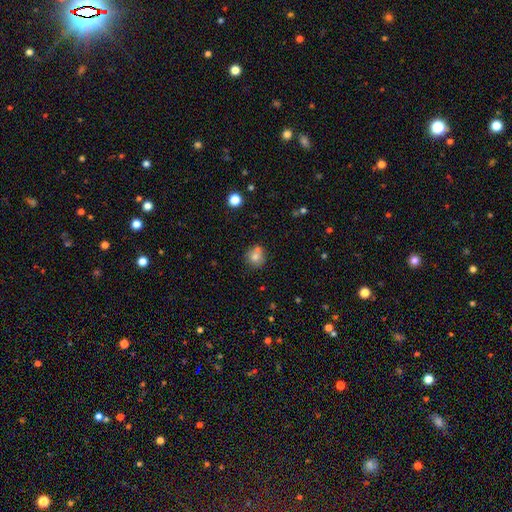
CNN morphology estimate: Smooth or featured? smooth (75%)
How rounded? round (82%)
Merging? none (58%)